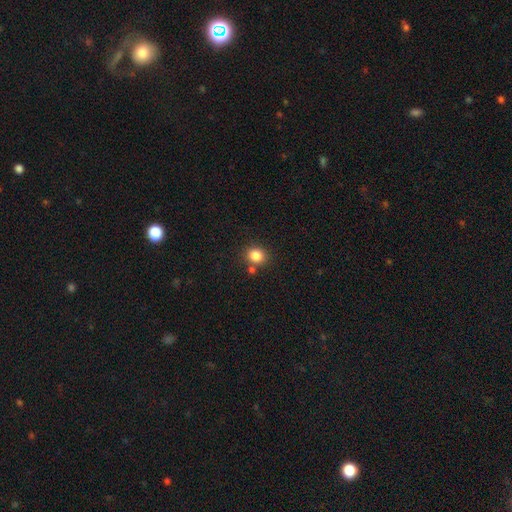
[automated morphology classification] This appears to be a smooth galaxy with no disk features (83%) that is round (72%). Merging: none (75%).